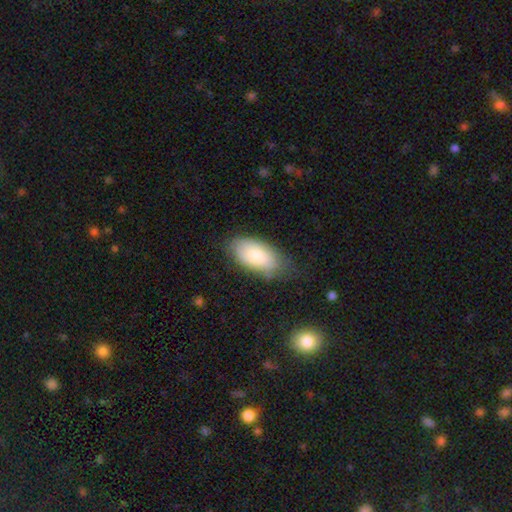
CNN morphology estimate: Smooth or featured? smooth (79%)
How rounded? in between (93%)
Merging? none (69%)